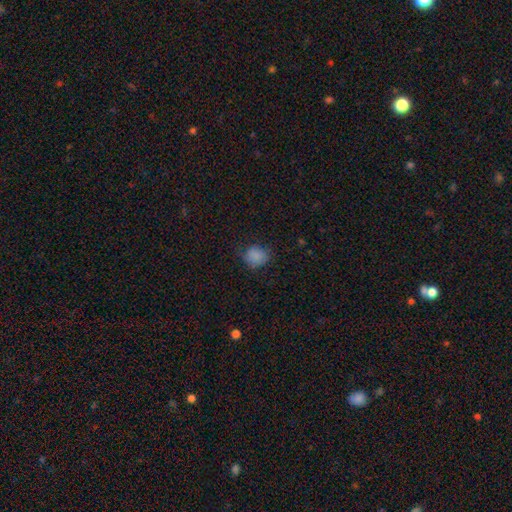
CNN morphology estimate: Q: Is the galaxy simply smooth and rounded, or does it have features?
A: smooth — 83%.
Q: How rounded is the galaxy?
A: round — 67%.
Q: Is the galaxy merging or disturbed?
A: none — 65%.